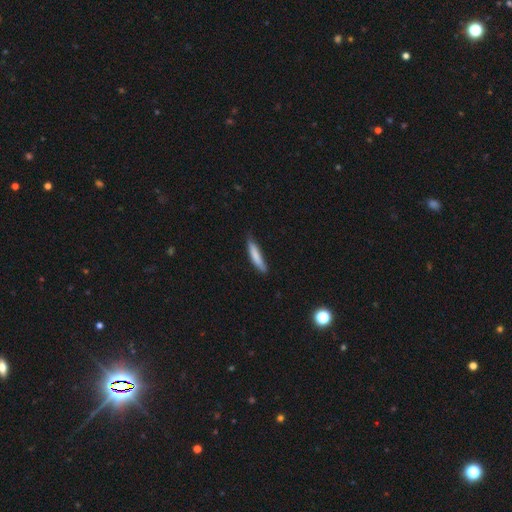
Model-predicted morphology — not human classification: Overall: smooth (80%). How rounded: cigar-shaped (88%). Merging: none (75%).